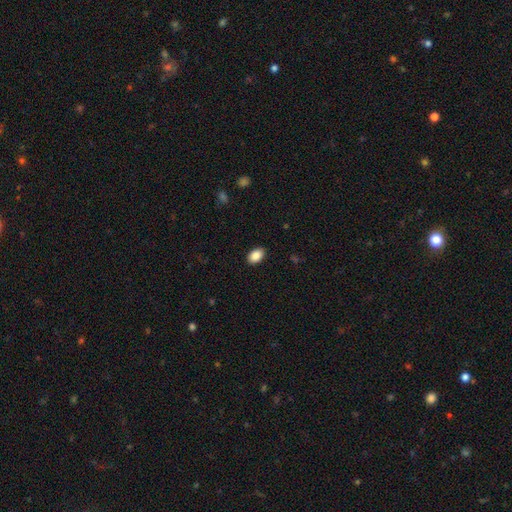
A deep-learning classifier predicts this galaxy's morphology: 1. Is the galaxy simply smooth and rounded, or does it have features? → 88% smooth, 8% star or artifact, 5% featured or disk.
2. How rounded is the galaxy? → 87% in between, 12% round, 1% cigar-shaped.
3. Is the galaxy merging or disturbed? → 89% none, 8% minor disturbance, 2% major disturbance, 1% merger.